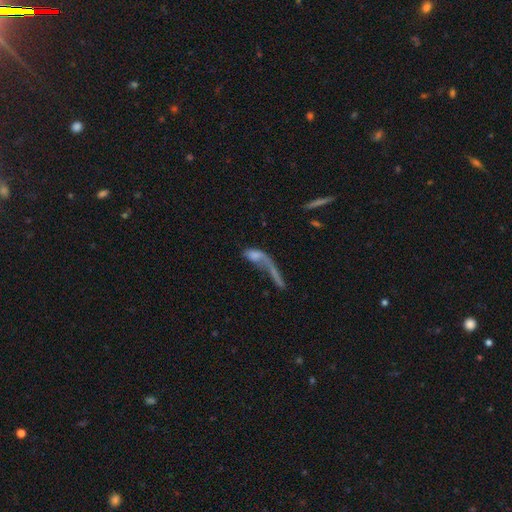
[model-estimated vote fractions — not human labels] Smooth or featured: smooth — 50% (featured or disk — 39%)
Merging: major disturbance — 44% (merger — 26%)